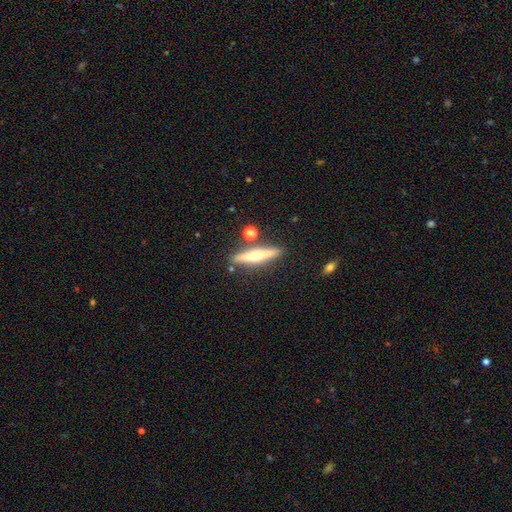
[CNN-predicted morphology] Smooth or featured?
  - featured or disk: 59% *
  - smooth: 33%
  - star or artifact: 7%
Edge-on disk?
  - yes: 95% *
  - no: 5%
Edge-on bulge?
  - rounded: 89% *
  - none: 7%
  - boxy: 4%
Merging?
  - none: 83% *
  - minor disturbance: 9%
  - merger: 5%
  - major disturbance: 2%